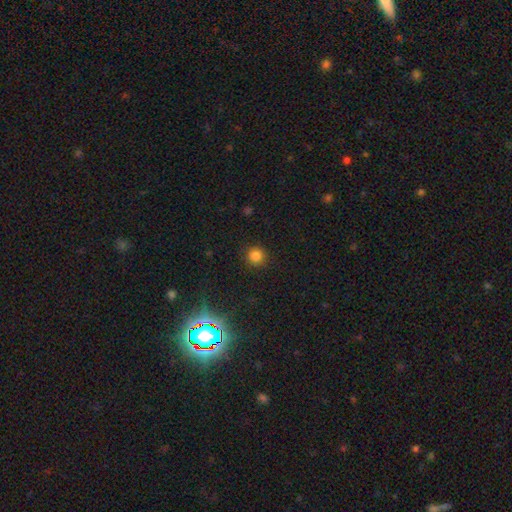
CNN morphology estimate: Q: Smooth or featured?
A: smooth (81%); runner-up: star or artifact (15%)
Q: How rounded?
A: round (94%); runner-up: in between (5%)
Q: Merging?
A: none (90%); runner-up: minor disturbance (6%)